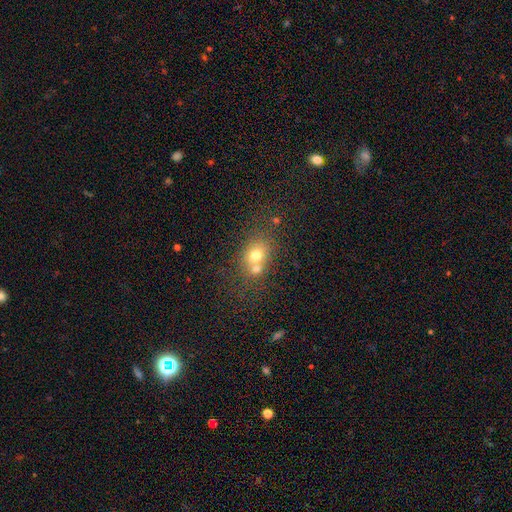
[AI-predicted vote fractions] Smooth or featured? Predicted: smooth (p=0.70). How rounded? Predicted: round (p=0.50). Merging? Predicted: merger (p=0.47).